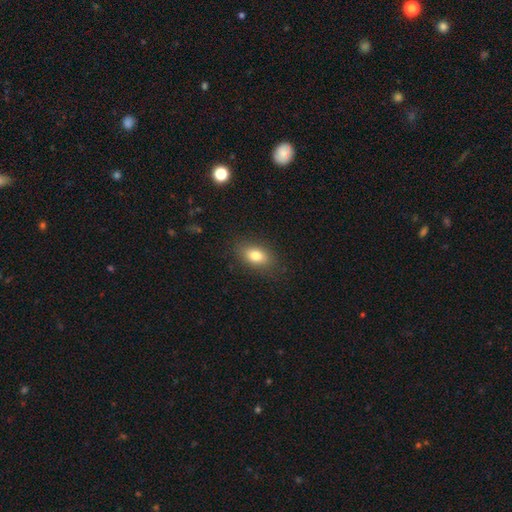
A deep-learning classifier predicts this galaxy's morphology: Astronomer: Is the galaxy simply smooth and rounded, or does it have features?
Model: smooth — 80%.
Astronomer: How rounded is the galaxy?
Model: in between — 85%.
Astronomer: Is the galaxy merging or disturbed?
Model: none — 85%.